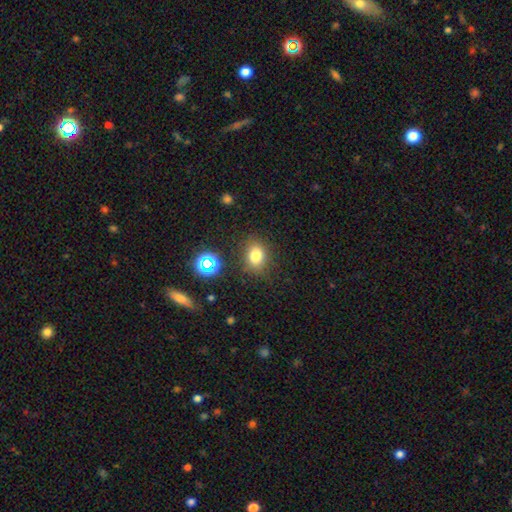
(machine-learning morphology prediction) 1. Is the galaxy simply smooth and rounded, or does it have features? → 77% smooth, 15% star or artifact, 8% featured or disk.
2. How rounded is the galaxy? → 52% in between, 47% round, 1% cigar-shaped.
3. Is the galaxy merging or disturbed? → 80% none, 13% minor disturbance, 4% major disturbance, 3% merger.